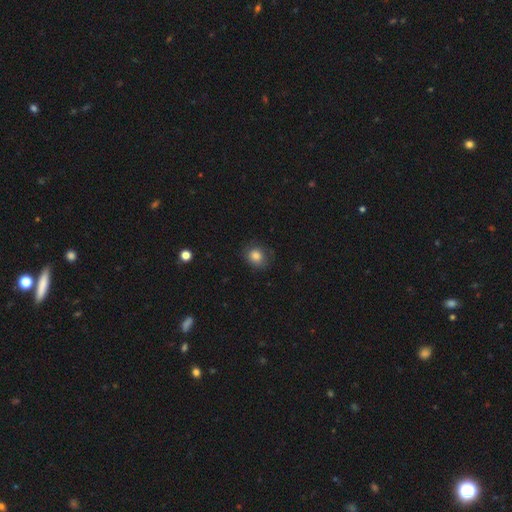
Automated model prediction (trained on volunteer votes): A smooth galaxy with no disk features (83%) that is round (74%).

Vote fractions:
- Smooth or featured? smooth: 83% / star or artifact: 10% / featured or disk: 7%
- How rounded? round: 74% / in between: 25% / cigar-shaped: 1%
- Merging? none: 76% / minor disturbance: 17% / major disturbance: 6% / merger: 1%